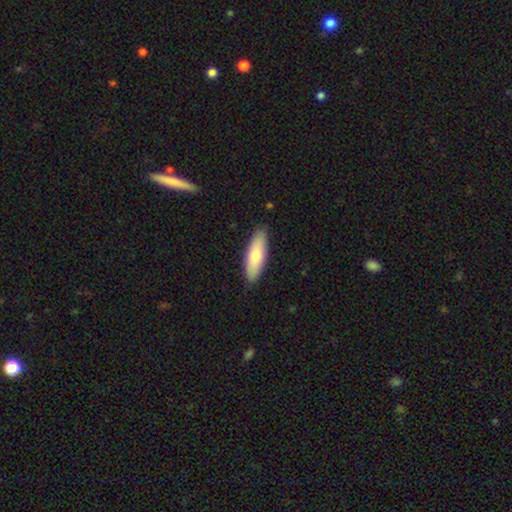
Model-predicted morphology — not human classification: This appears to be a smooth galaxy with no disk features (74%) that is in between round and cigar-shaped (55%). Merging: none (87%).